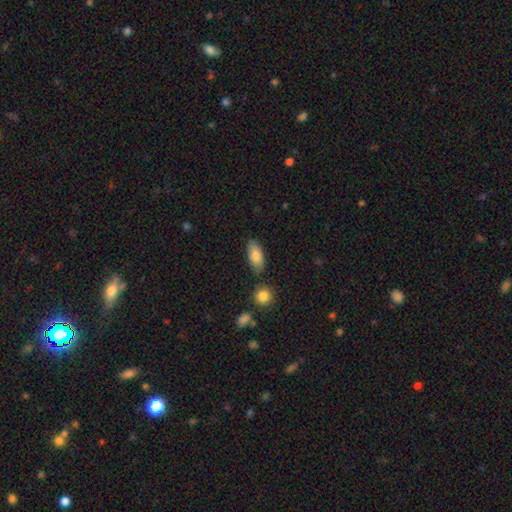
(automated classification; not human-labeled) Smooth or featured?
  - smooth: 84% *
  - featured or disk: 10%
  - star or artifact: 6%
How rounded?
  - in between: 89% *
  - cigar-shaped: 8%
  - round: 3%
Merging?
  - none: 77% *
  - minor disturbance: 15%
  - merger: 4%
  - major disturbance: 3%